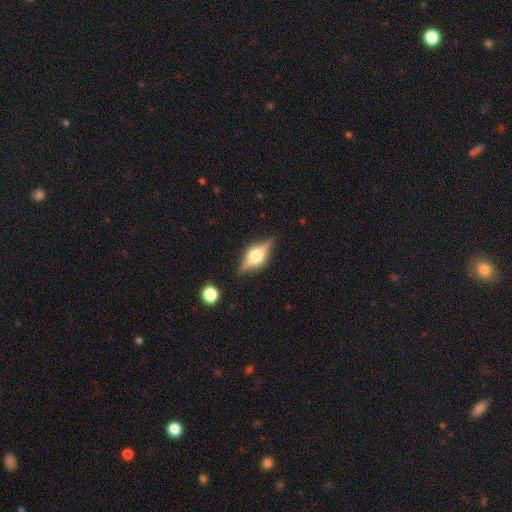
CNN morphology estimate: Smooth or featured: featured or disk — 71% (smooth — 21%)
Edge-on disk: yes — 95% (no — 5%)
Edge-on bulge: rounded — 91% (boxy — 7%)
Merging: none — 84% (minor disturbance — 11%)